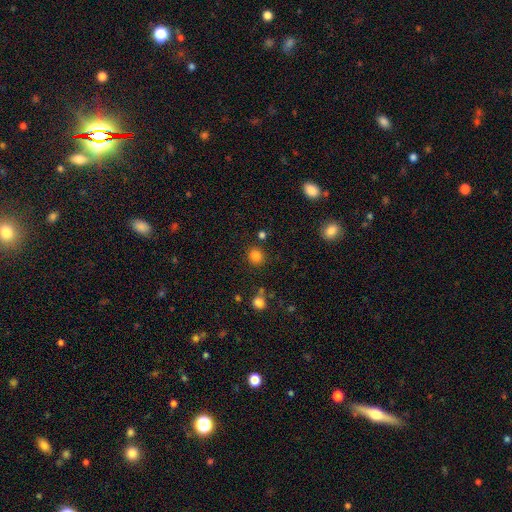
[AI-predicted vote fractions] smooth 82%, star or artifact 13%, featured or disk 5%. Down the decision tree: how rounded — round (84%); merging — none (84%).